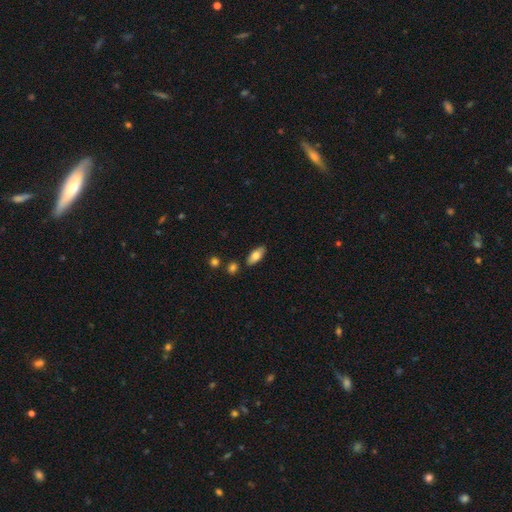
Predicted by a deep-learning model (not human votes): smooth_or_featured: smooth (p=0.73) [alt: featured or disk p=0.20]
how_rounded: in between (p=0.84) [alt: cigar-shaped p=0.13]
merging: none (p=0.83) [alt: minor disturbance p=0.10]